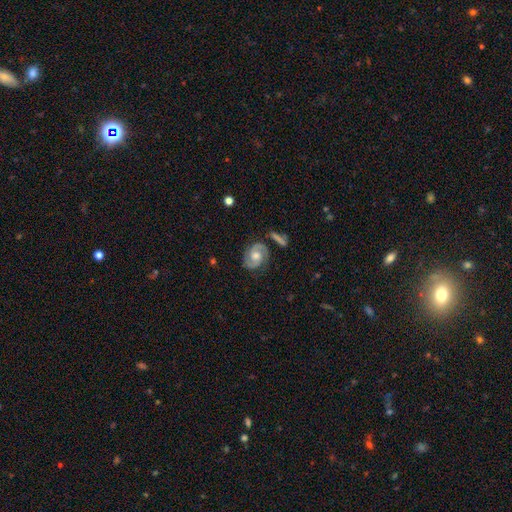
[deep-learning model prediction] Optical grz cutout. It shows a featured or disk galaxy (85%) with no bar (62%), 2 (91%) medium (48%) spiral arms (97%) and a moderate central bulge (70%). Merging: none (78%).